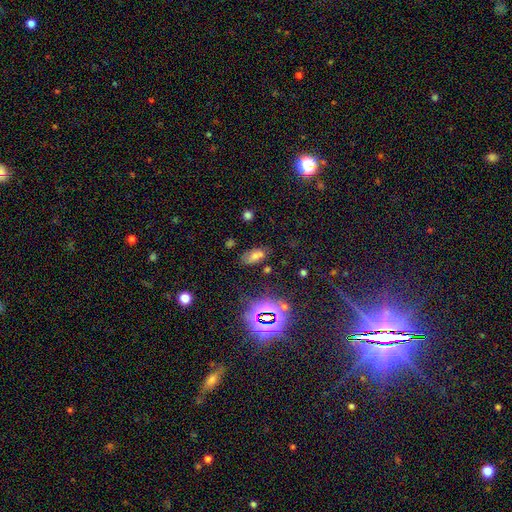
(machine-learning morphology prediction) smooth-or-featured: smooth: 56% | star or artifact: 27% | featured or disk: 16%
  how-rounded: in between: 88% | round: 6% | cigar-shaped: 6%
  merging: none: 67% | minor disturbance: 19% | merger: 8% | major disturbance: 7%